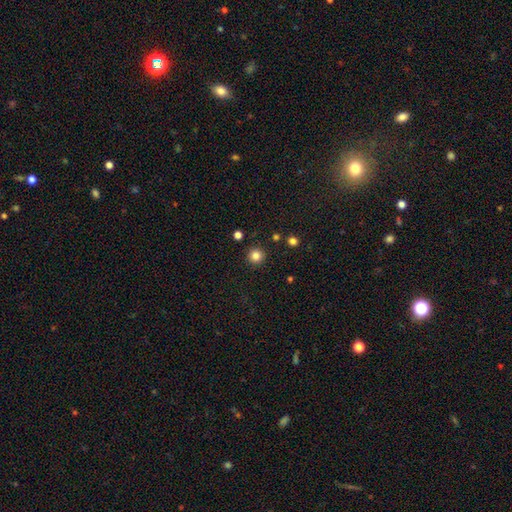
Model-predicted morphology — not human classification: smooth-or-featured: smooth: 84% | star or artifact: 12% | featured or disk: 4%
  how-rounded: round: 96% | in between: 3% | cigar-shaped: 1%
  merging: none: 92% | minor disturbance: 5% | major disturbance: 2% | merger: 2%